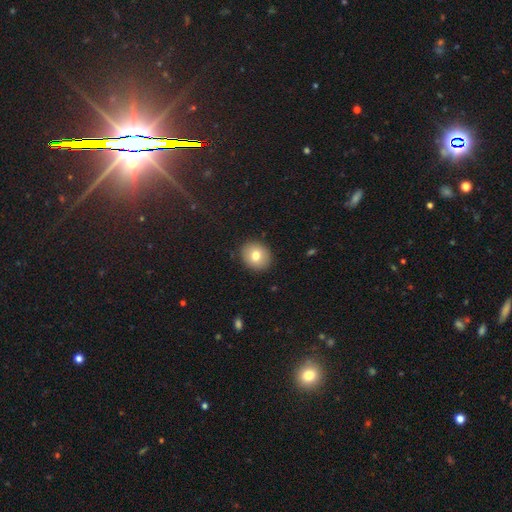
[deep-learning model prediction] A smooth galaxy with no disk features (75%) that is round (71%).

Vote fractions:
- Smooth or featured? smooth: 75% / featured or disk: 15% / star or artifact: 10%
- How rounded? round: 71% / in between: 28% / cigar-shaped: 1%
- Merging? none: 90% / minor disturbance: 7% / major disturbance: 2% / merger: 1%